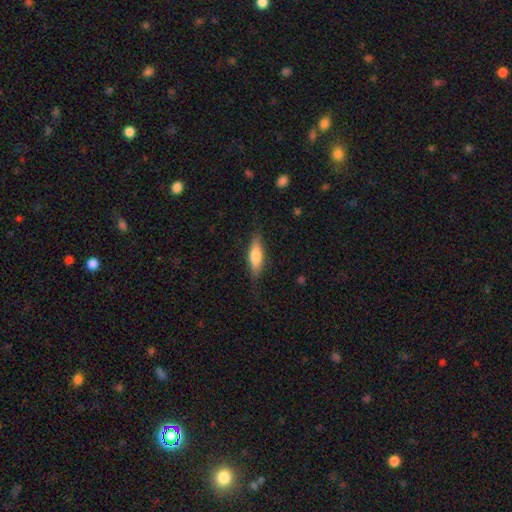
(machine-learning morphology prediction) Smooth or featured? Predicted: smooth (p=0.65). How rounded? Predicted: cigar-shaped (p=0.52). Merging? Predicted: none (p=0.78).